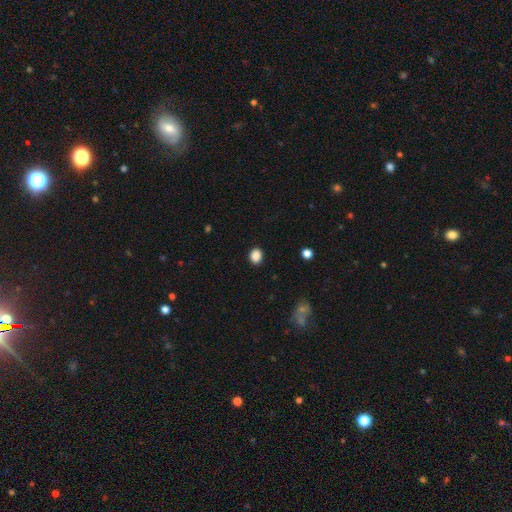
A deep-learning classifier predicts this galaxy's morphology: smooth 88%, star or artifact 9%, featured or disk 3%. Down the decision tree: how rounded — round (56%); merging — none (90%).